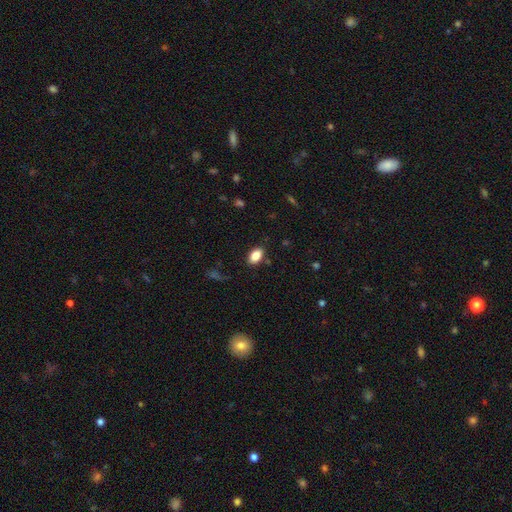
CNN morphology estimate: smooth 86%, star or artifact 8%, featured or disk 5%. Down the decision tree: how rounded — in between (91%); merging — none (86%).